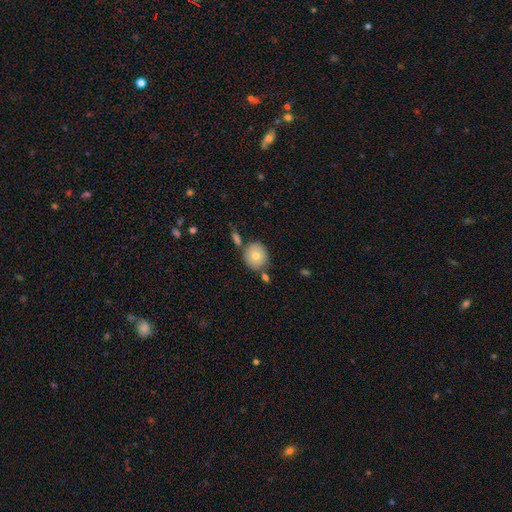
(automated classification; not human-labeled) Morphology: type=smooth (72%); roundness=round (85%); merging=none (74%).